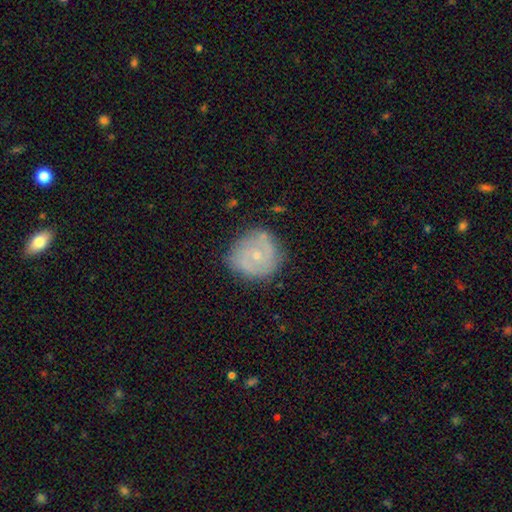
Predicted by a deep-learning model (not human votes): Morphology: type=featured or disk (59%); edge-on=no (97%); bar=no (78%); spiral arms=yes (73%); bulge=small (70%); merging=none (73%).